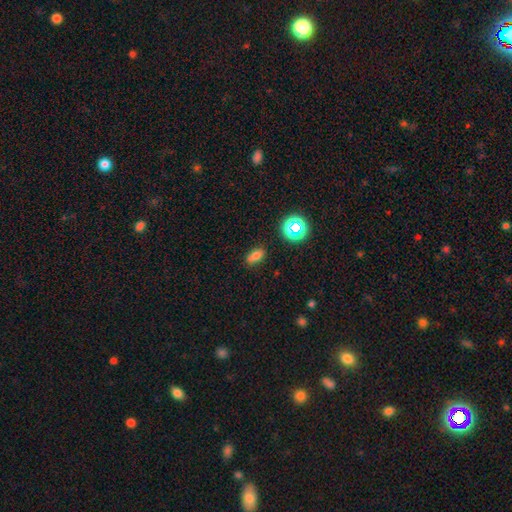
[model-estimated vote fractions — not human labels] smooth_or_featured: smooth (p=0.72) [alt: star or artifact p=0.18]
how_rounded: in between (p=0.82) [alt: round p=0.12]
merging: none (p=0.81) [alt: minor disturbance p=0.13]